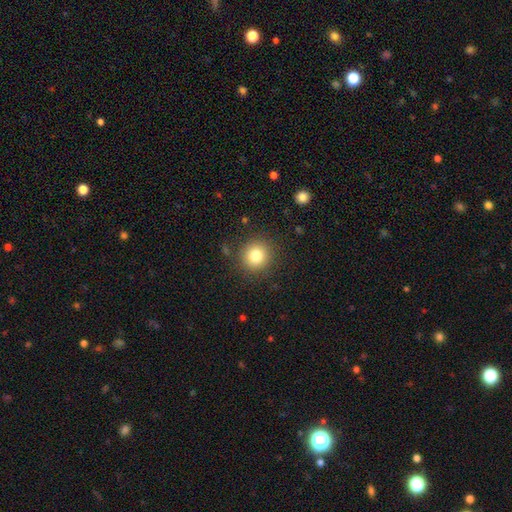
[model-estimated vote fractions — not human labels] Smooth or featured? smooth (80%)
How rounded? round (93%)
Merging? none (88%)